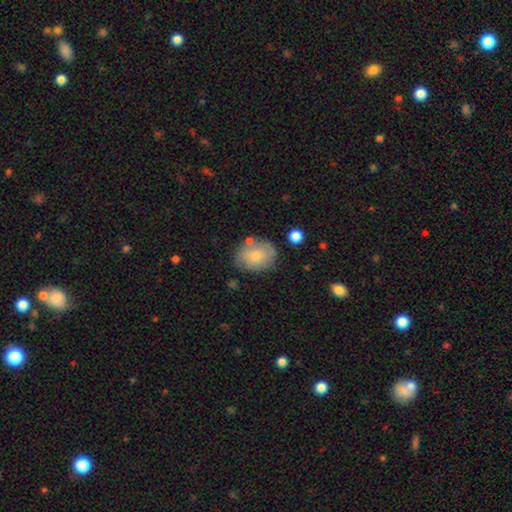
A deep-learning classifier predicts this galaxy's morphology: type=smooth (74%); roundness=in between (56%); merging=none (69%).